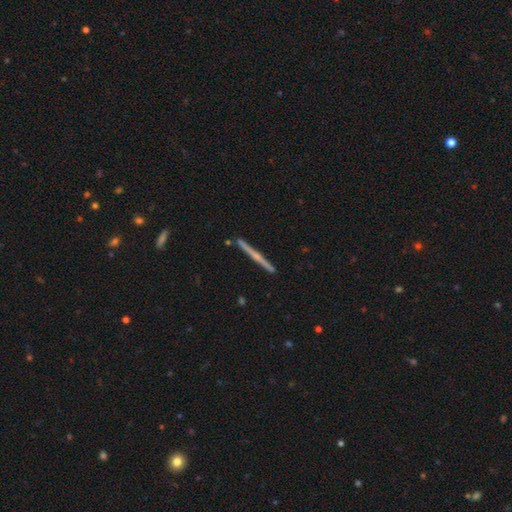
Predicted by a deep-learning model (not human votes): Smooth or featured?
  - featured or disk: 71% *
  - smooth: 24%
  - star or artifact: 5%
Edge-on disk?
  - yes: 98% *
  - no: 2%
Edge-on bulge?
  - rounded: 52% *
  - none: 42%
  - boxy: 6%
Merging?
  - none: 91% *
  - minor disturbance: 6%
  - merger: 2%
  - major disturbance: 1%